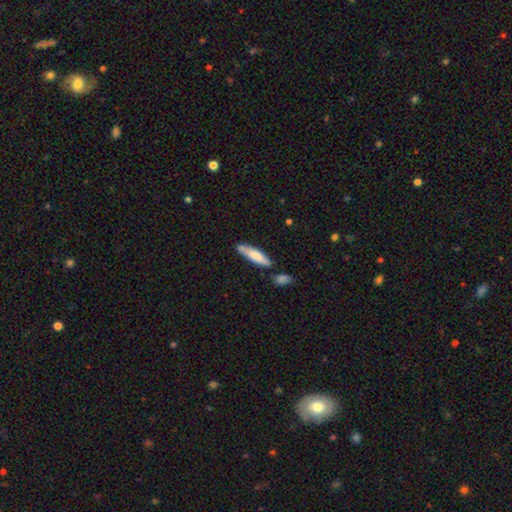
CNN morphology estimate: The model was most divided on "how rounded": cigar-shaped: 69%, in between: 29%, round: 1%. More confident: smooth or featured — smooth (74%); merging — none (68%).